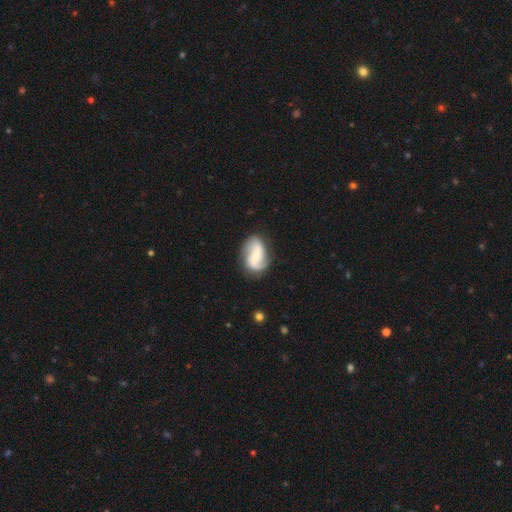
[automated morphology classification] type=featured or disk (74%); edge-on=no (97%); bar=no (44%); spiral arms=yes (94%); winding=loose (48%); arm count=2 (86%); bulge=small (52%); merging=none (70%).